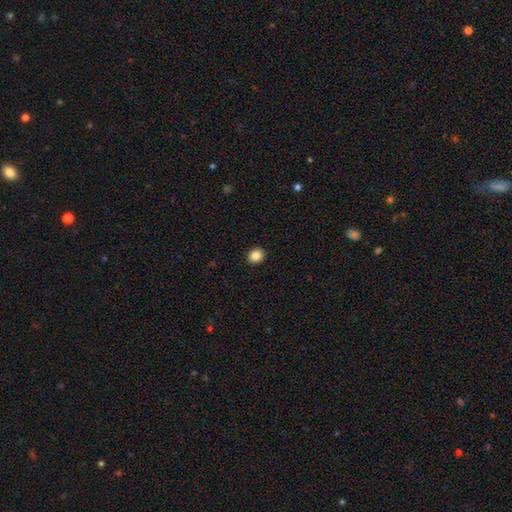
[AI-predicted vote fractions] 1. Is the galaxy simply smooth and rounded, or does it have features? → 86% smooth, 10% star or artifact, 5% featured or disk.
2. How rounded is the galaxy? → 72% round, 27% in between, 1% cigar-shaped.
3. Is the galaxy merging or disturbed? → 92% none, 5% minor disturbance, 2% major disturbance, 1% merger.